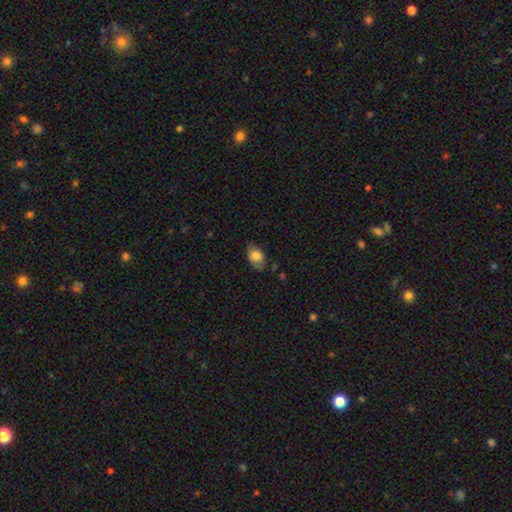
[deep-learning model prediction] Smooth or featured? smooth (79%)
How rounded? in between (86%)
Merging? none (69%)